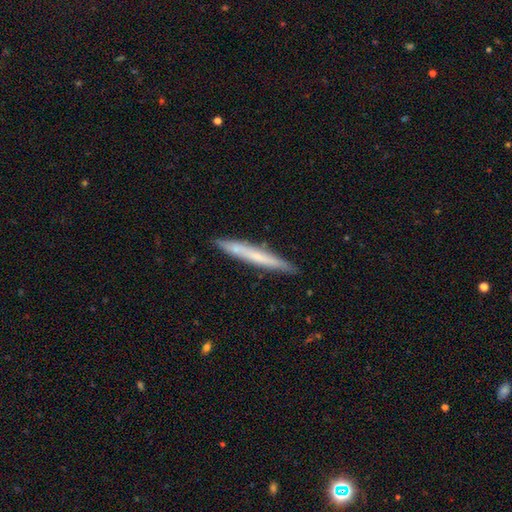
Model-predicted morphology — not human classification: Smooth or featured: smooth — 53% (featured or disk — 41%)
How rounded: cigar-shaped — 96% (in between — 2%)
Merging: none — 87% (minor disturbance — 10%)